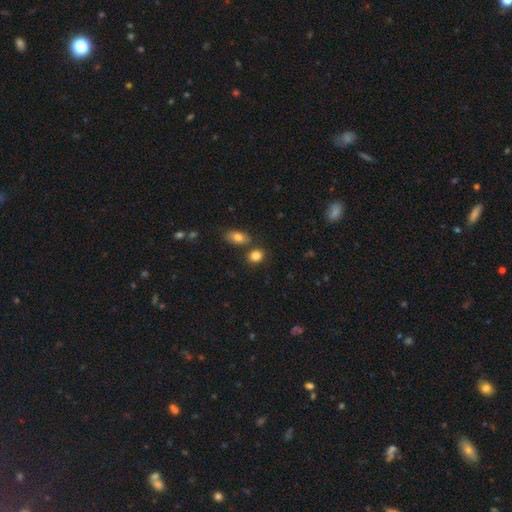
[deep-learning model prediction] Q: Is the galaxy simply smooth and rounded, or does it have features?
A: smooth — 84%.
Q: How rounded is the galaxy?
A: in between — 53%.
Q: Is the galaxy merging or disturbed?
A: none — 69%.